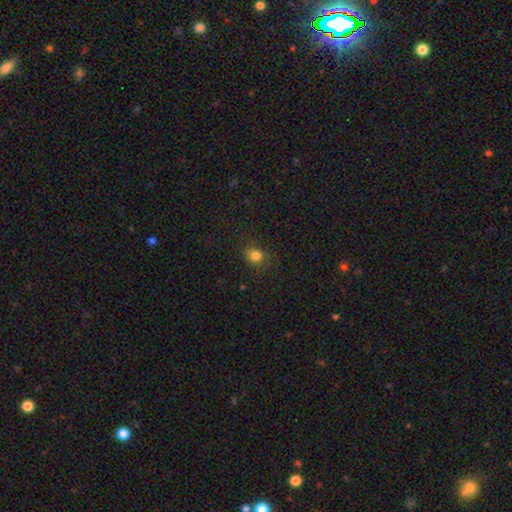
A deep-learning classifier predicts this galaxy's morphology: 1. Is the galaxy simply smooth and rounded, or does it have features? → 80% smooth, 15% star or artifact, 5% featured or disk.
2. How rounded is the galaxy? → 70% round, 29% in between, 1% cigar-shaped.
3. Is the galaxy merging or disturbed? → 80% none, 14% minor disturbance, 5% major disturbance, 1% merger.